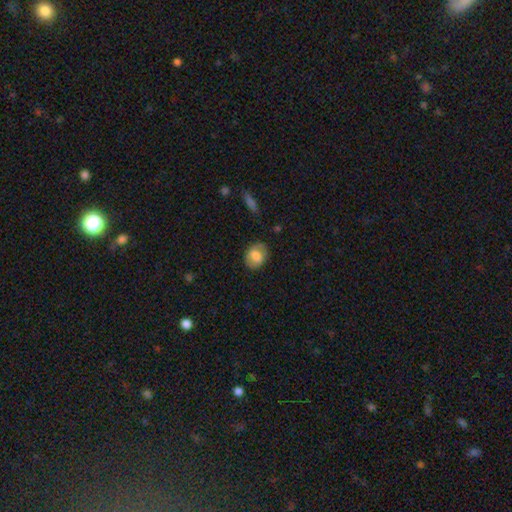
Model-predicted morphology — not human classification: A smooth galaxy with no disk features (67%) that is in between round and cigar-shaped (59%). Merging: none (76%).